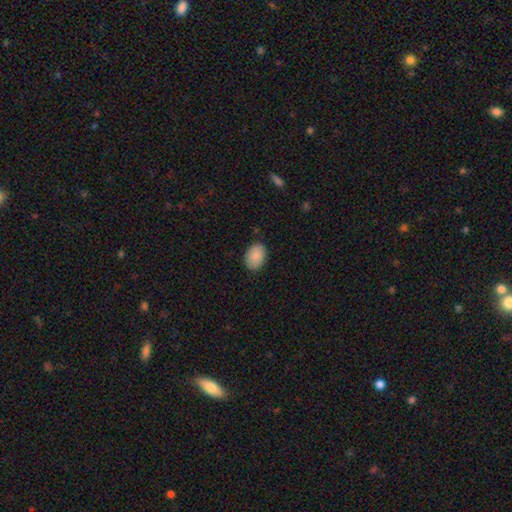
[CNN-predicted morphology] A smooth galaxy with no disk features (88%) that is in between round and cigar-shaped (76%).

Vote fractions:
- Smooth or featured? smooth: 88% / star or artifact: 7% / featured or disk: 5%
- How rounded? in between: 76% / round: 23% / cigar-shaped: 1%
- Merging? none: 85% / minor disturbance: 11% / major disturbance: 2% / merger: 1%